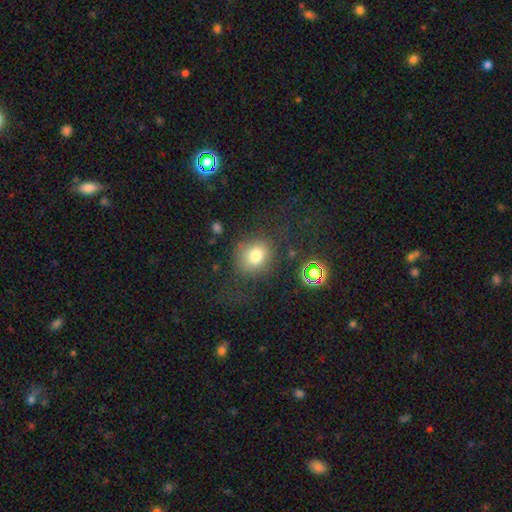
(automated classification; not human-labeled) This is likely a smooth galaxy (77%). How rounded: likely round (72%). Merging: likely none (69%).